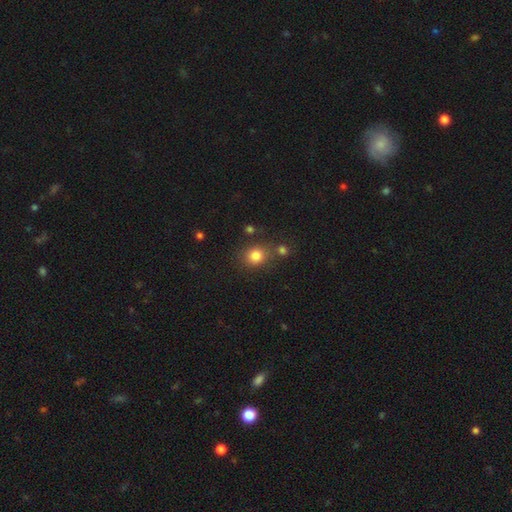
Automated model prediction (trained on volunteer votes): A smooth galaxy with no disk features (82%) that is round (77%). Merging: none (70%).